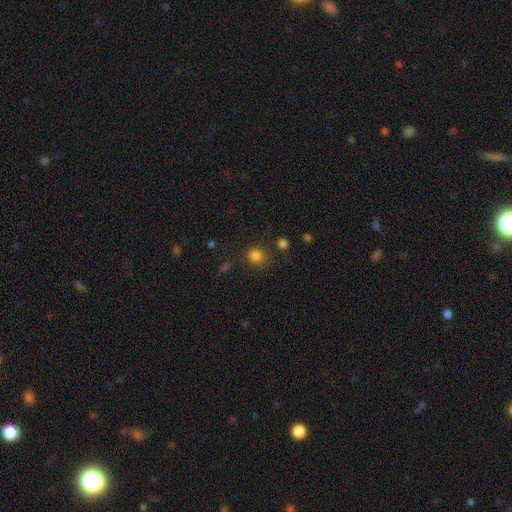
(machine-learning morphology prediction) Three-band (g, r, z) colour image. It shows a smooth galaxy with no disk features (82%) that is round (82%). Merging: none (75%).